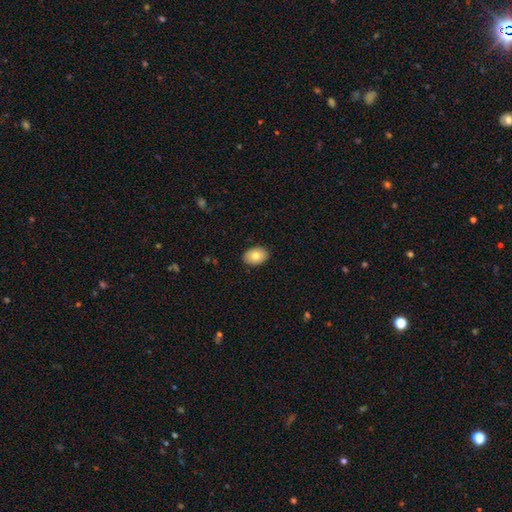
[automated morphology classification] This appears to be a smooth galaxy with no disk features (80%) that is in between round and cigar-shaped (82%). Merging: none (89%).